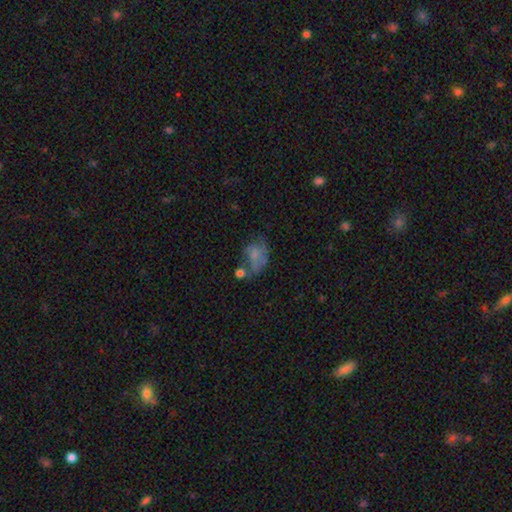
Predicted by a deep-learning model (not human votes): Smooth or featured? smooth (55%)
How rounded? in between (75%)
Merging? major disturbance (32%)